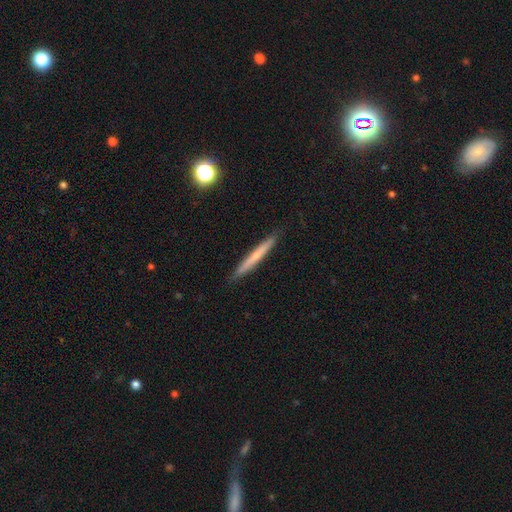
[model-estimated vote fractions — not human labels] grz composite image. It shows a smooth galaxy with no disk features (58%) that is cigar-shaped (97%). Merging: none (89%).